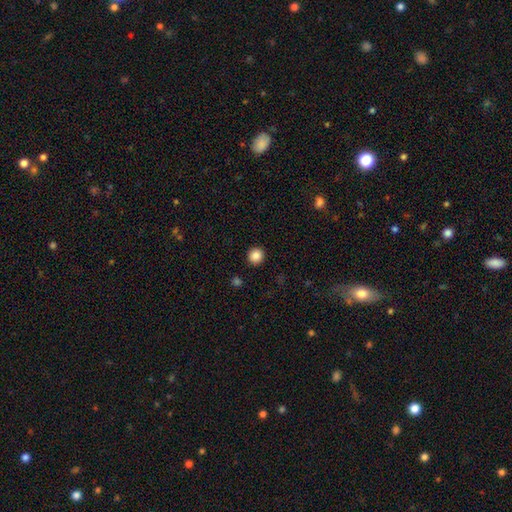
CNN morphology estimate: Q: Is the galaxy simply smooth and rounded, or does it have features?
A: smooth — 86%.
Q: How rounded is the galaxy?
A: round — 94%.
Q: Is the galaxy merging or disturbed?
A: none — 93%.